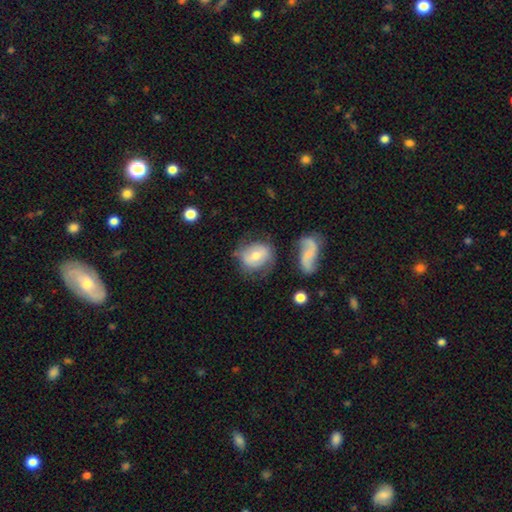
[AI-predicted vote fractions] This appears to be a smooth galaxy with no disk features (52%) that is round (54%). Merging: none (56%).